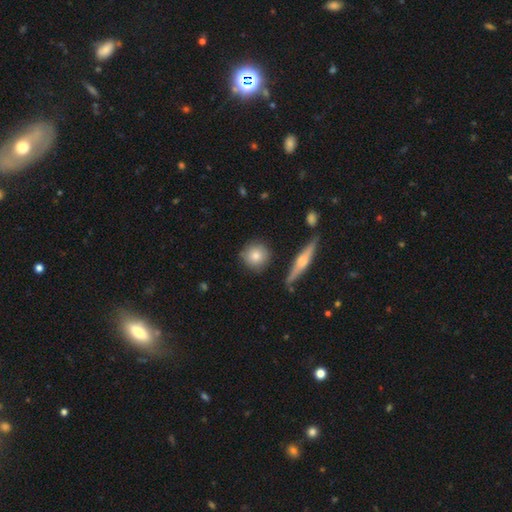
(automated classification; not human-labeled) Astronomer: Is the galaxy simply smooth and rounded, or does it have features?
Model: smooth — 77%.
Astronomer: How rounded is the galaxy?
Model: round — 89%.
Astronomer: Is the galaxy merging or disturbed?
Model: none — 83%.